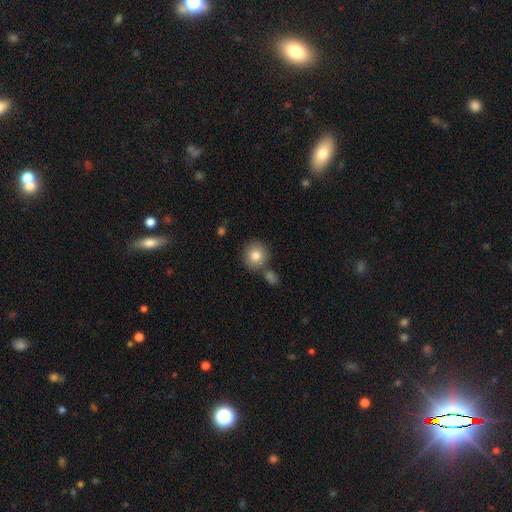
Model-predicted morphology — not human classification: Q: Smooth or featured?
A: smooth (83%); runner-up: featured or disk (9%)
Q: How rounded?
A: round (89%); runner-up: in between (10%)
Q: Merging?
A: none (71%); runner-up: merger (16%)